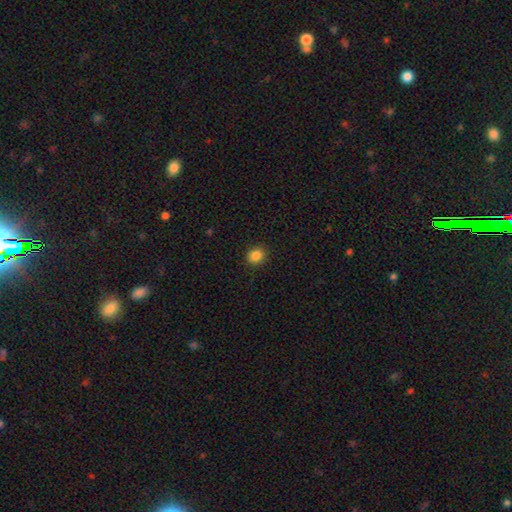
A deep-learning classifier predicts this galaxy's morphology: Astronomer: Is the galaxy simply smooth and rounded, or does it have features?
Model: smooth — 86%.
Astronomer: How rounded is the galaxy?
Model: round — 74%.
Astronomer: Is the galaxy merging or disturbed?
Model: none — 90%.